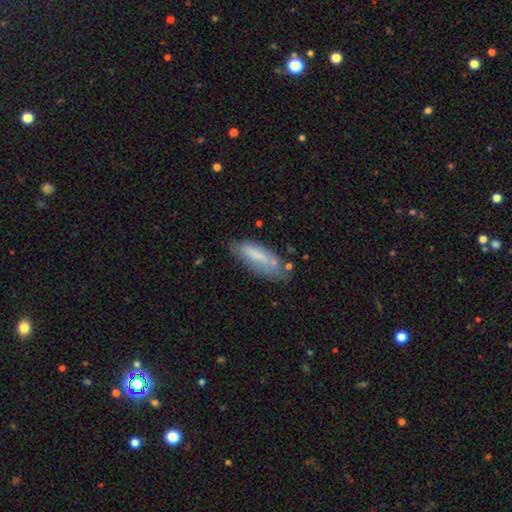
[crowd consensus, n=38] smooth-or-featured: smooth: 76% | featured or disk: 21% | star or artifact: 3%
  how-rounded: cigar-shaped: 69% | in between: 31% | round: 0%
  merging: none: 68% | minor disturbance: 16% | major disturbance: 14% | merger: 3%